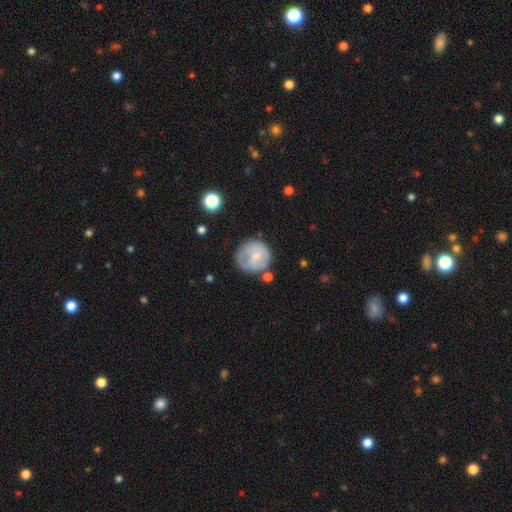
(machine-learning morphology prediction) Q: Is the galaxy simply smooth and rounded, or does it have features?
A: smooth — 54%.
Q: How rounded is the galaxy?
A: round — 87%.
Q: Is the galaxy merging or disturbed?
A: none — 59%.